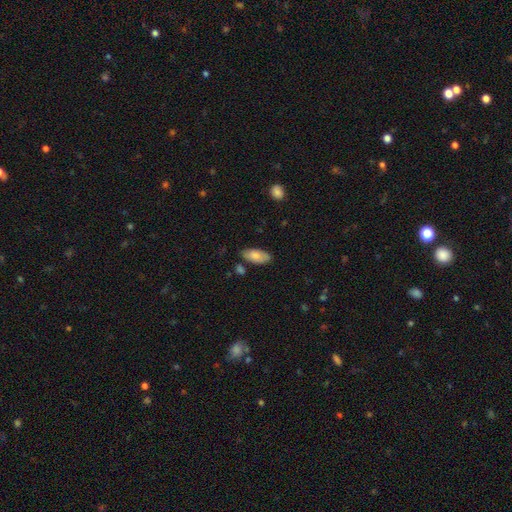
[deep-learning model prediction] A smooth galaxy with no disk features (75%) that is in between round and cigar-shaped (91%). Merging: none (76%).